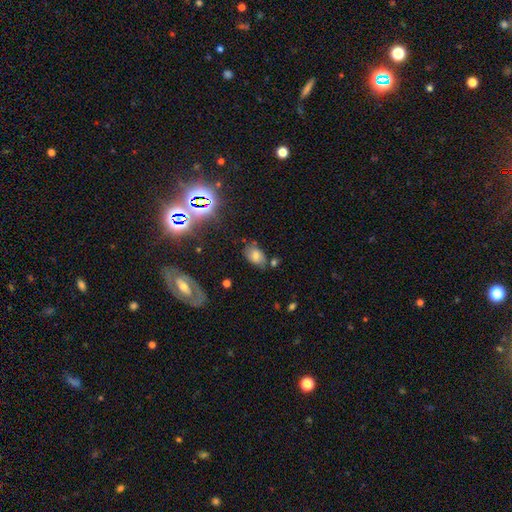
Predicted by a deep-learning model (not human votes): smooth_or_featured: smooth (p=0.62) [alt: featured or disk p=0.19]
how_rounded: in between (p=0.84) [alt: round p=0.15]
merging: none (p=0.65) [alt: minor disturbance p=0.20]